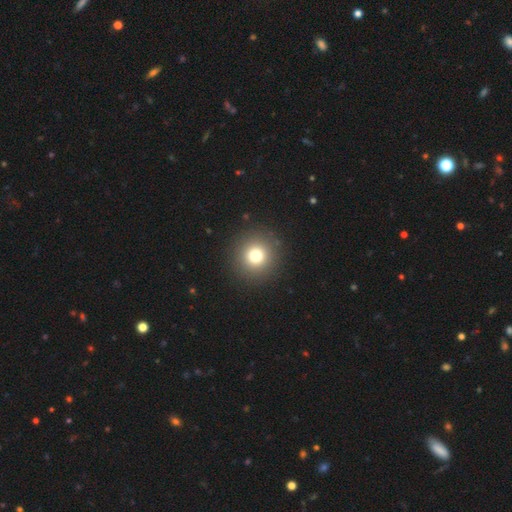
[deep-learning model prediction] Smooth or featured: smooth — 76% (star or artifact — 14%)
How rounded: round — 95% (in between — 4%)
Merging: none — 92% (minor disturbance — 5%)